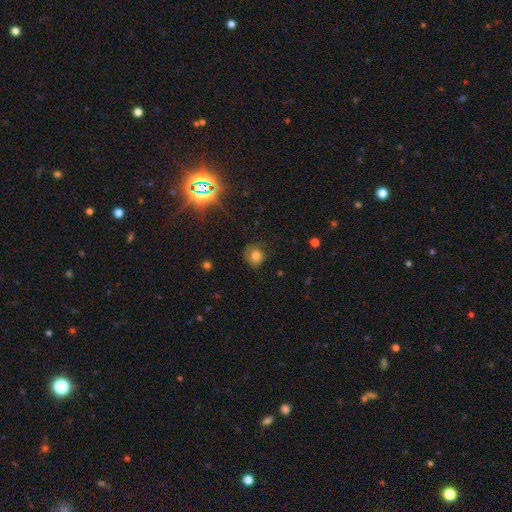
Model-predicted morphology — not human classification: This appears to be a smooth galaxy with no disk features (75%) that is round (78%). Merging: none (65%).